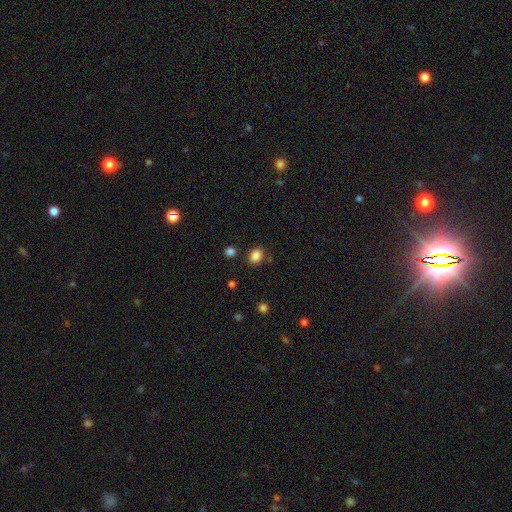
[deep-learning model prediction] A smooth galaxy with no disk features (85%) that is in between round and cigar-shaped (64%).

Vote fractions:
- Smooth or featured? smooth: 85% / star or artifact: 11% / featured or disk: 4%
- How rounded? in between: 64% / round: 35% / cigar-shaped: 1%
- Merging? none: 80% / minor disturbance: 12% / merger: 5% / major disturbance: 4%